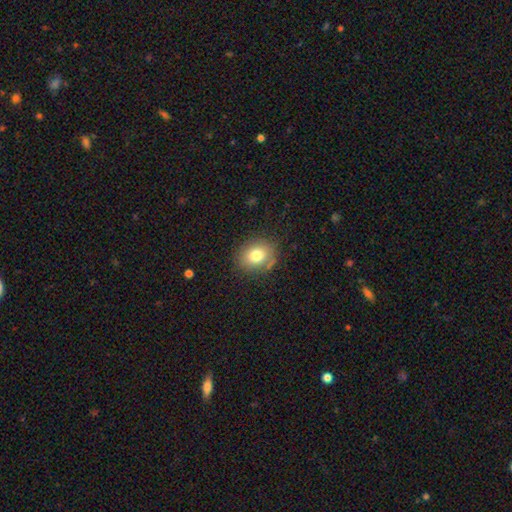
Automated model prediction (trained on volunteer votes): smooth-or-featured: smooth: 77% | featured or disk: 12% | star or artifact: 10%
  how-rounded: round: 56% | in between: 43% | cigar-shaped: 1%
  merging: none: 79% | minor disturbance: 15% | major disturbance: 4% | merger: 3%